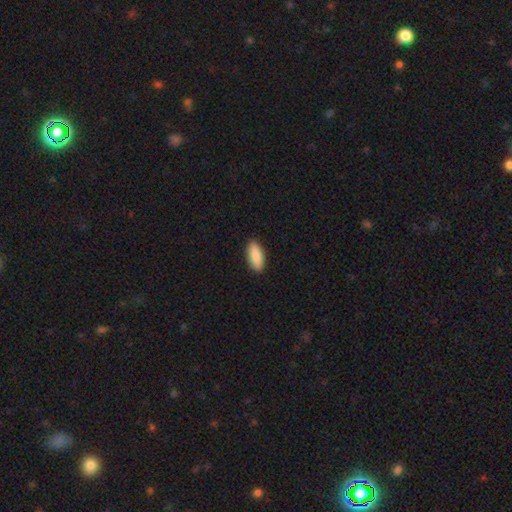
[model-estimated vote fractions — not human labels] This appears to be a smooth galaxy with no disk features (87%) that is in between round and cigar-shaped (78%). Merging: none (90%).